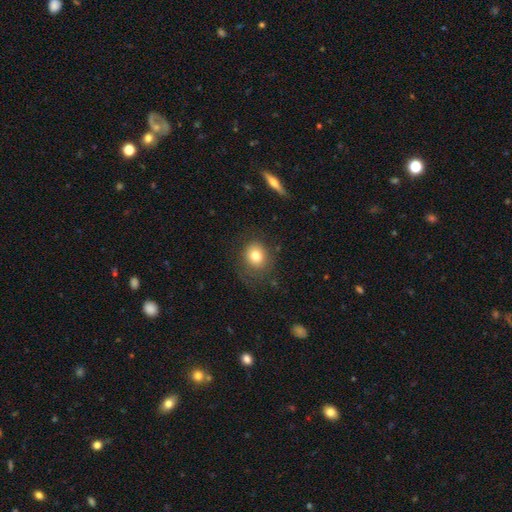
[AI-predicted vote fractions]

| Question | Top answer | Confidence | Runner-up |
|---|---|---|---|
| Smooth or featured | smooth | 79% | featured or disk (11%) |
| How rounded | round | 74% | in between (25%) |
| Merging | none | 75% | minor disturbance (16%) |